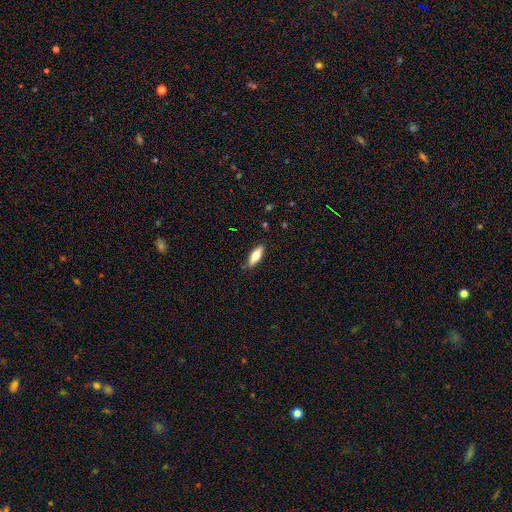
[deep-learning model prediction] smooth_or_featured: smooth (p=0.66) [alt: featured or disk p=0.27]
how_rounded: in between (p=0.59) [alt: cigar-shaped p=0.39]
merging: none (p=0.86) [alt: minor disturbance p=0.11]